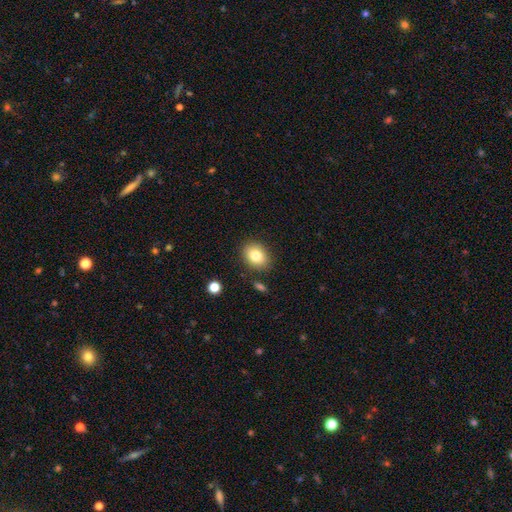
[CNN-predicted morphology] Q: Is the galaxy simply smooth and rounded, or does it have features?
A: smooth — 81%.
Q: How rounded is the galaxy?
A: in between — 57%.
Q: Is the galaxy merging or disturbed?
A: none — 84%.